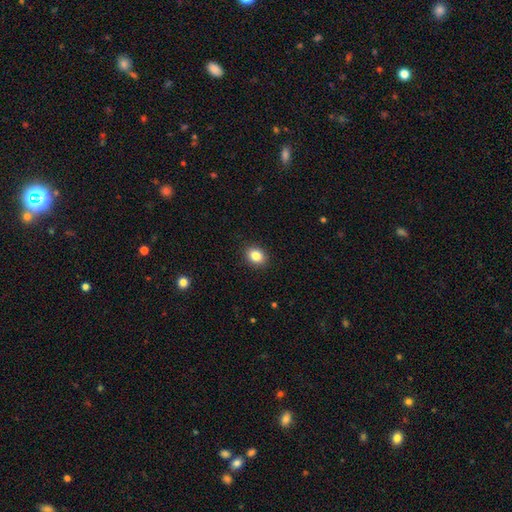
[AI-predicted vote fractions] The model was most divided on "how rounded": in between: 51%, round: 48%, cigar-shaped: 1%. More confident: merging — none (90%); smooth or featured — smooth (84%).